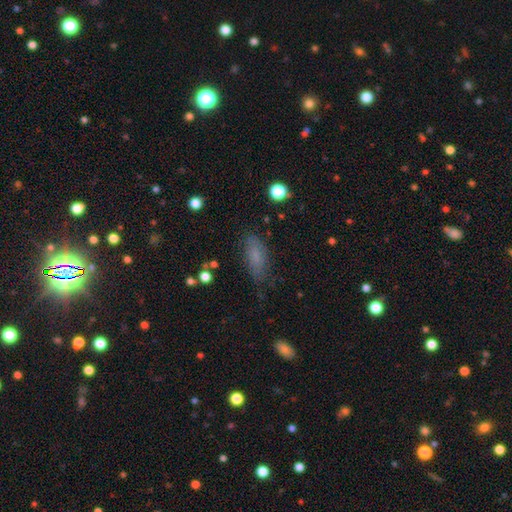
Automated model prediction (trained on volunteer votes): smooth-or-featured: smooth: 70% | featured or disk: 17% | star or artifact: 13%
  how-rounded: in between: 71% | cigar-shaped: 25% | round: 3%
  merging: none: 73% | minor disturbance: 19% | major disturbance: 7% | merger: 2%